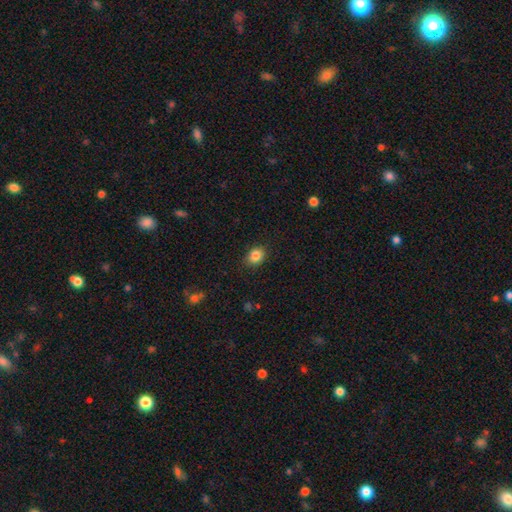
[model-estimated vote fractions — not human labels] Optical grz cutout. It shows a smooth galaxy with no disk features (86%) that is in between round and cigar-shaped (53%). Merging: none (88%).